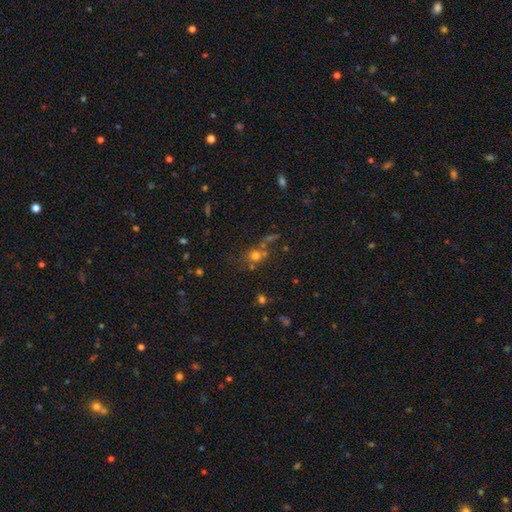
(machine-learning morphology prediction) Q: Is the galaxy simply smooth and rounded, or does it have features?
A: smooth — 63%.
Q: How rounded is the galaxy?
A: round — 80%.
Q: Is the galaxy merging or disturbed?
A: none — 52%.